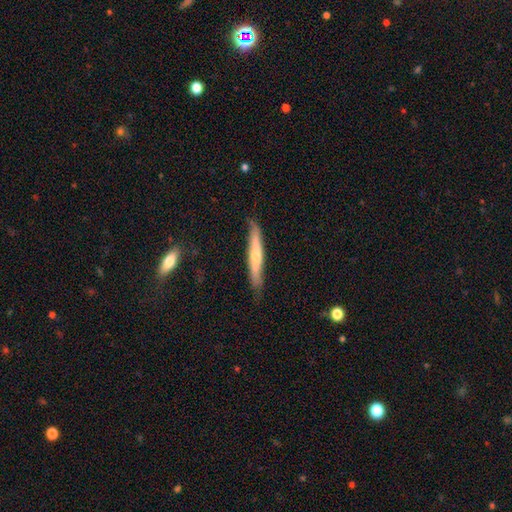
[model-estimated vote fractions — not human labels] Smooth or featured: featured or disk — 48% (smooth — 46%)
Merging: none — 79% (minor disturbance — 17%)